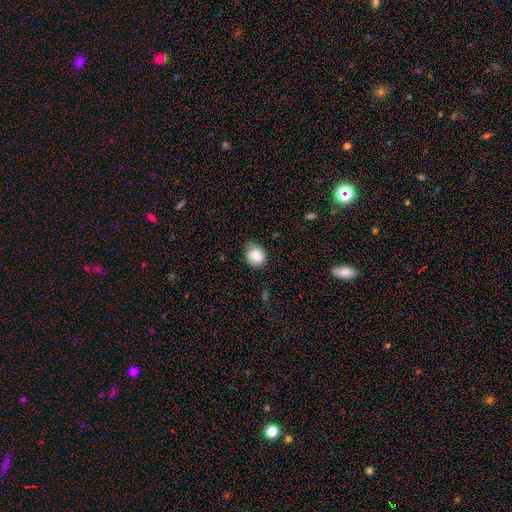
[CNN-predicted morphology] A smooth galaxy with no disk features (82%) that is round (57%).

Vote fractions:
- Smooth or featured? smooth: 82% / featured or disk: 10% / star or artifact: 8%
- How rounded? round: 57% / in between: 42% / cigar-shaped: 1%
- Merging? none: 69% / minor disturbance: 24% / major disturbance: 5% / merger: 1%